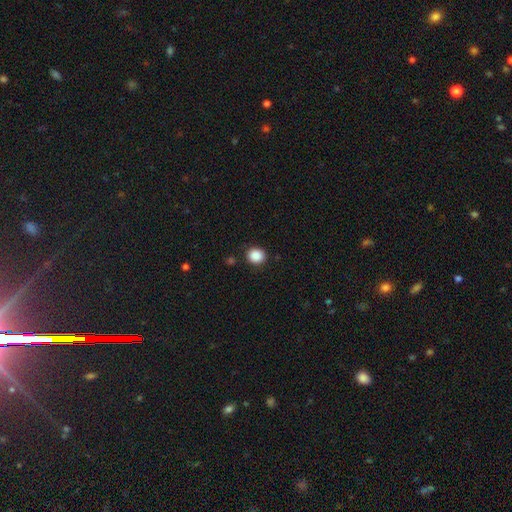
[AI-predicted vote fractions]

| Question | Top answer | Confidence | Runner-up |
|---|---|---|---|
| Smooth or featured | smooth | 88% | star or artifact (9%) |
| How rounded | round | 78% | in between (21%) |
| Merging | none | 88% | minor disturbance (8%) |